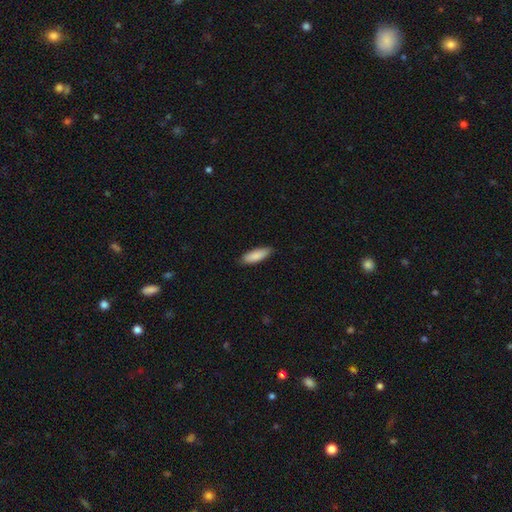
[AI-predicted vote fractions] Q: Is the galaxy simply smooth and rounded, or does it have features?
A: smooth — 87%.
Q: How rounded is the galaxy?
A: in between — 56%.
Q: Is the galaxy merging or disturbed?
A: none — 84%.